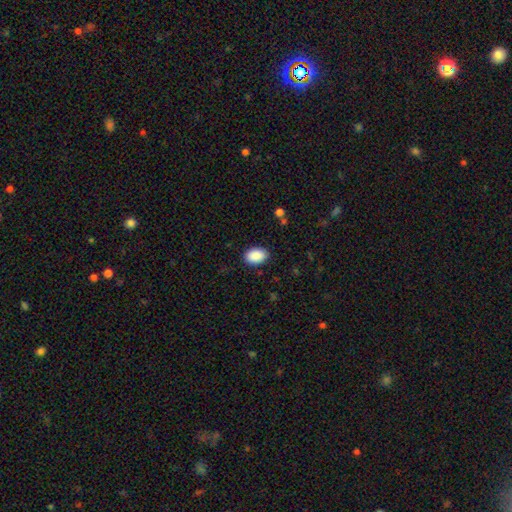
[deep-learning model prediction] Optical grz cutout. It shows a smooth galaxy with no disk features (90%) that is in between round and cigar-shaped (82%). Merging: none (88%).